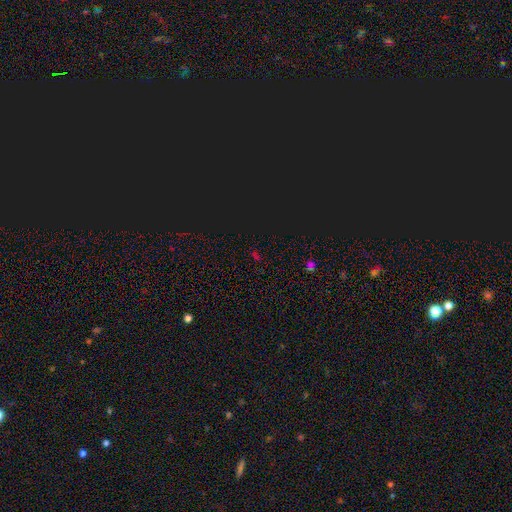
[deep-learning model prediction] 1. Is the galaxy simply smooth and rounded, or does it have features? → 69% star or artifact, 24% smooth, 7% featured or disk.